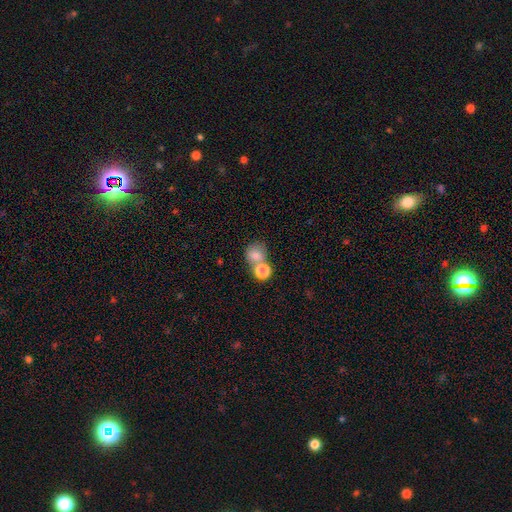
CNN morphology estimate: Smooth or featured: smooth — 80% (featured or disk — 11%)
How rounded: round — 73% (in between — 26%)
Merging: merger — 54% (none — 33%)